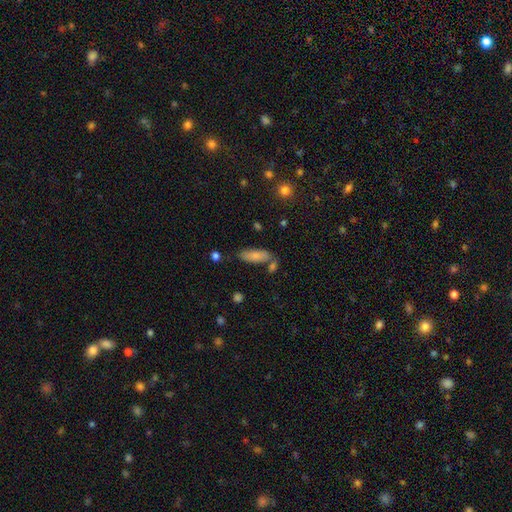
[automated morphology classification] Smooth or featured? smooth (79%)
How rounded? in between (71%)
Merging? none (67%)